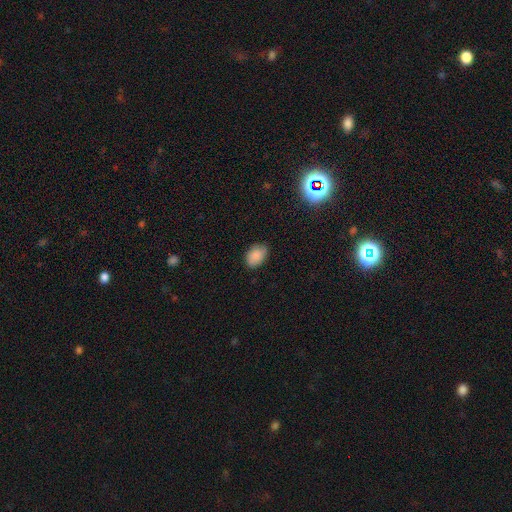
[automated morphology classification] The model was most divided on "merging": none: 76%, minor disturbance: 20%, major disturbance: 3%, merger: 1%. More confident: how rounded — in between (84%); smooth or featured — smooth (84%).